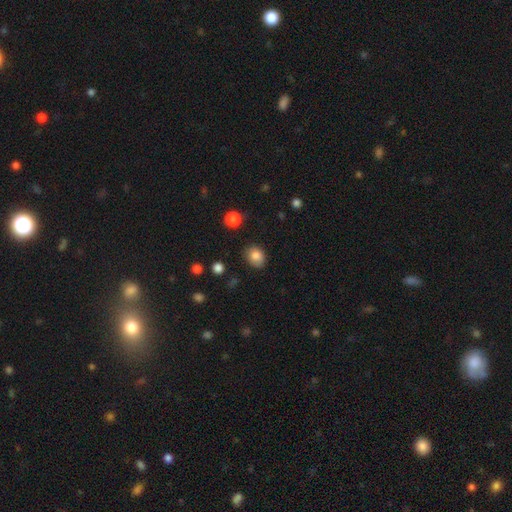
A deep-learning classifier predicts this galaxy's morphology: This appears to be a smooth galaxy with no disk features (85%) that is round (52%). Merging: none (82%).